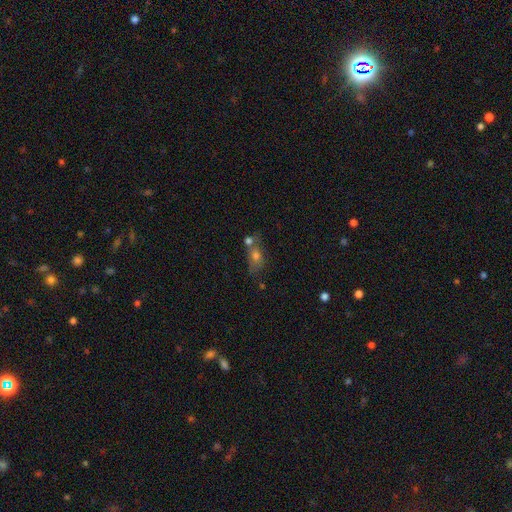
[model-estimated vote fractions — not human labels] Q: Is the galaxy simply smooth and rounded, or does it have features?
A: smooth — 64%.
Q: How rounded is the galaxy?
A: in between — 67%.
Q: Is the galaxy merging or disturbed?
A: none — 41%.